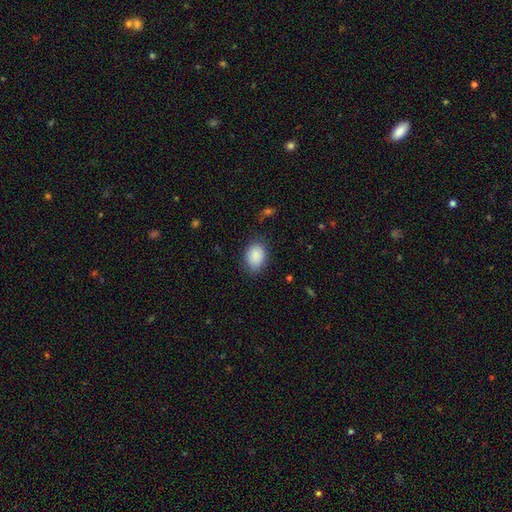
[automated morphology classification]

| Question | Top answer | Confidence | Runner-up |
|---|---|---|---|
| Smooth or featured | smooth | 89% | star or artifact (7%) |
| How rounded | in between | 71% | round (28%) |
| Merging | none | 79% | minor disturbance (16%) |